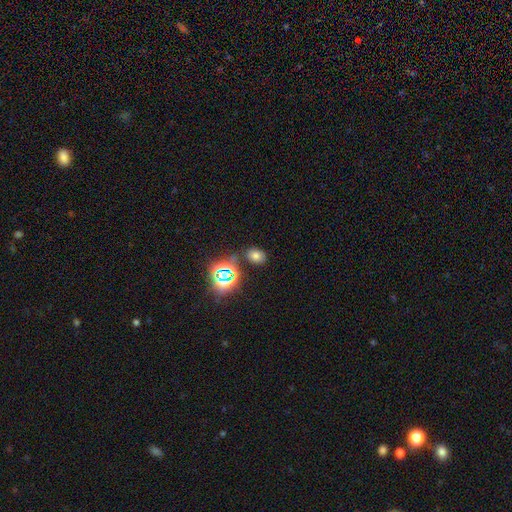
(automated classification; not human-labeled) Smooth or featured? Predicted: smooth (p=0.63). How rounded? Predicted: in between (p=0.69). Merging? Predicted: none (p=0.80).